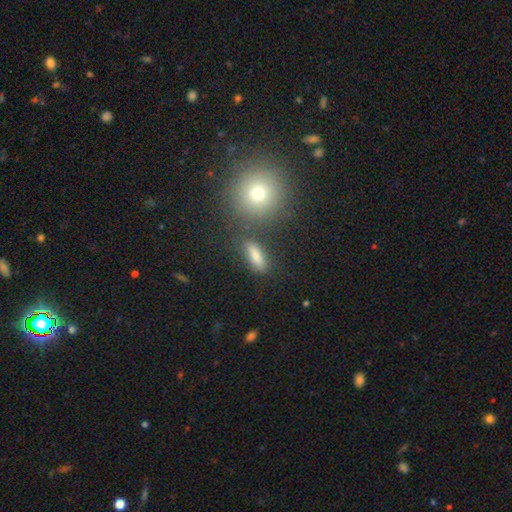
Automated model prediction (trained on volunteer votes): Overall: smooth (80%). How rounded: in between (56%; cigar-shaped 38%). Merging: none (77%).